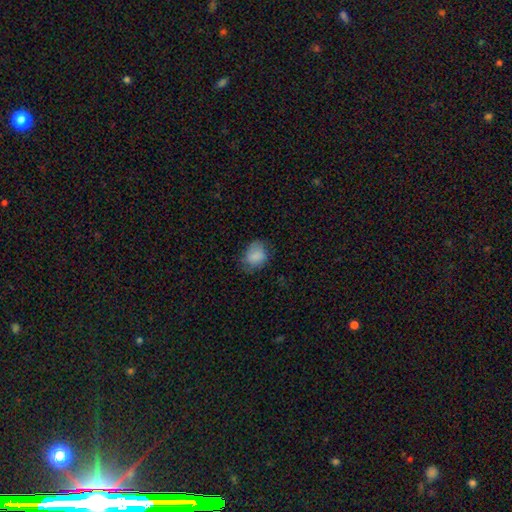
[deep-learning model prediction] A smooth galaxy with no disk features (84%) that is in between round and cigar-shaped (50%). Merging: none (64%).